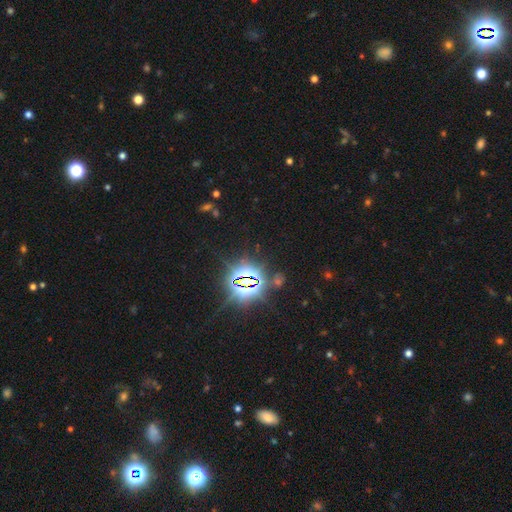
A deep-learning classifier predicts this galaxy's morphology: Q: Smooth or featured?
A: star or artifact (84%); runner-up: smooth (9%)